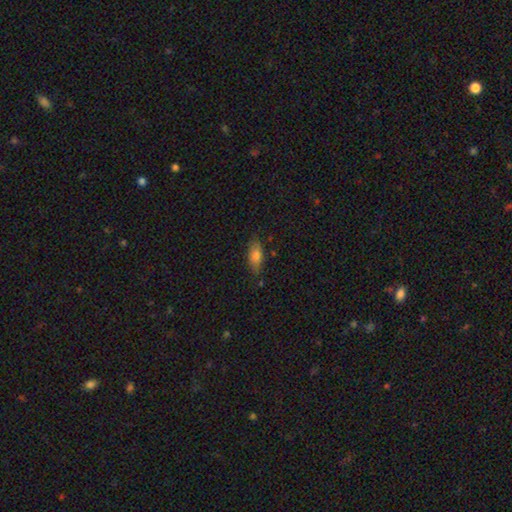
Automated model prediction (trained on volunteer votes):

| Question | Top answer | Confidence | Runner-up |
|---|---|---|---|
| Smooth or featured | smooth | 77% | featured or disk (15%) |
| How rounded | in between | 81% | cigar-shaped (16%) |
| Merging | none | 77% | minor disturbance (17%) |